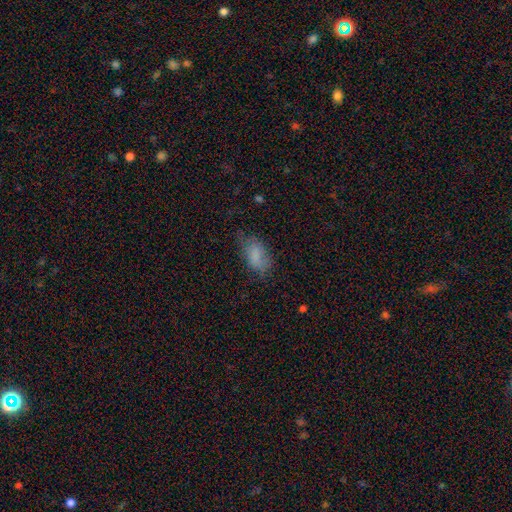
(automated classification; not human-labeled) This appears to be a smooth galaxy with no disk features (78%) that is in between round and cigar-shaped (91%). Merging: none (57%).